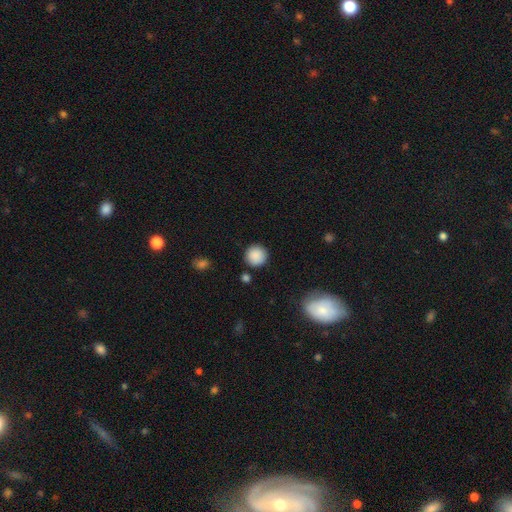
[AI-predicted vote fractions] This is clearly a smooth galaxy (88%). How rounded: clearly round (94%). Merging: clearly none (87%).